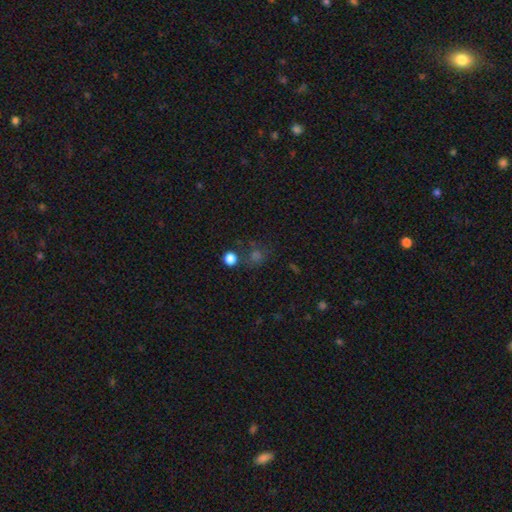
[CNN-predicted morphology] Q: Smooth or featured?
A: smooth (53%); runner-up: star or artifact (38%)
Q: How rounded?
A: round (82%); runner-up: in between (17%)
Q: Merging?
A: none (69%); runner-up: minor disturbance (13%)